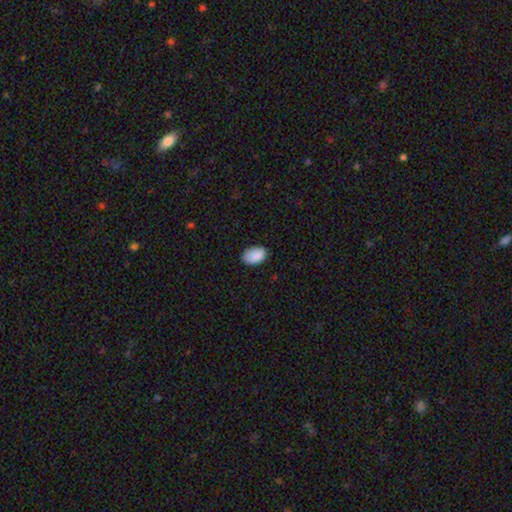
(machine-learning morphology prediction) smooth-or-featured: smooth: 89% | star or artifact: 7% | featured or disk: 4%
  how-rounded: in between: 90% | round: 8% | cigar-shaped: 1%
  merging: none: 81% | minor disturbance: 15% | major disturbance: 3% | merger: 1%